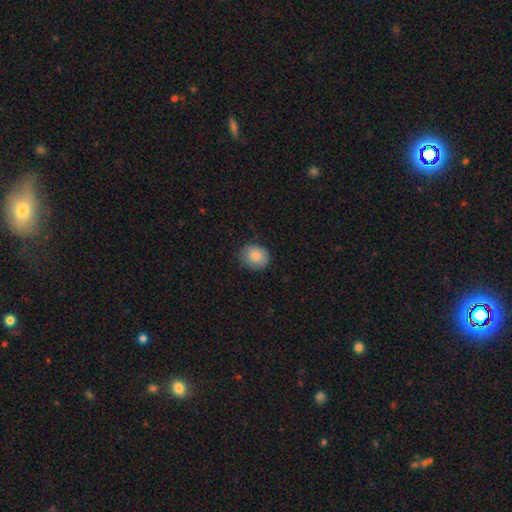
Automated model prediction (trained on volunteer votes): smooth-or-featured: smooth: 85% | star or artifact: 8% | featured or disk: 7%
  how-rounded: round: 65% | in between: 34% | cigar-shaped: 1%
  merging: none: 77% | minor disturbance: 19% | major disturbance: 3% | merger: 1%